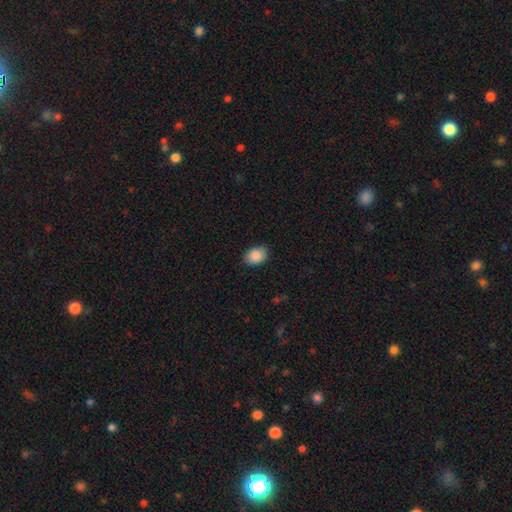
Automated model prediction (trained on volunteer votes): A smooth galaxy with no disk features (89%) that is in between round and cigar-shaped (68%).

Vote fractions:
- Smooth or featured? smooth: 89% / star or artifact: 7% / featured or disk: 4%
- How rounded? in between: 68% / round: 31% / cigar-shaped: 1%
- Merging? none: 82% / minor disturbance: 14% / major disturbance: 3% / merger: 1%